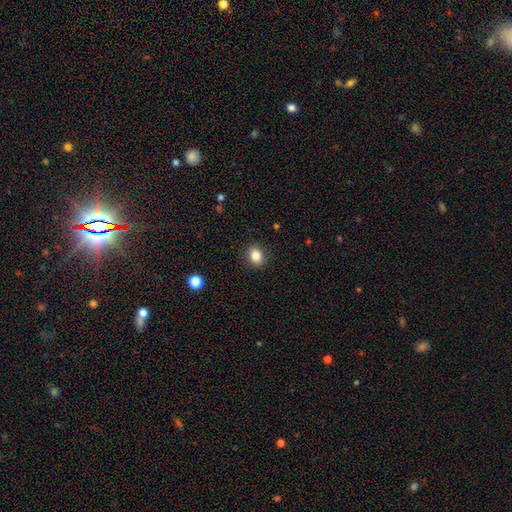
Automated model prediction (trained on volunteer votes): This appears to be a smooth galaxy with no disk features (85%) that is round (55%). Merging: none (89%).